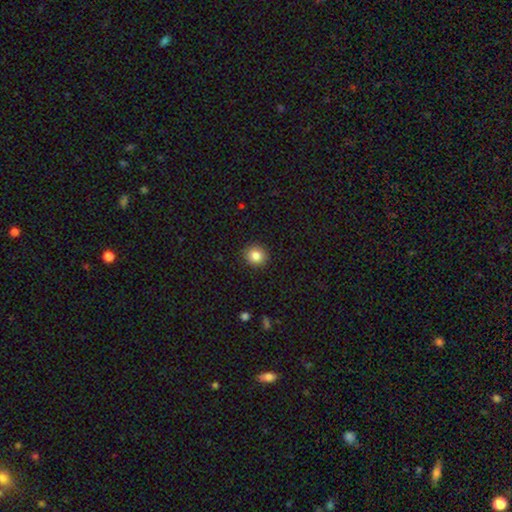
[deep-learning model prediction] Smooth or featured?
  - smooth: 85% *
  - star or artifact: 10%
  - featured or disk: 5%
How rounded?
  - round: 87% *
  - in between: 12%
  - cigar-shaped: 1%
Merging?
  - none: 92% *
  - minor disturbance: 6%
  - major disturbance: 2%
  - merger: 1%